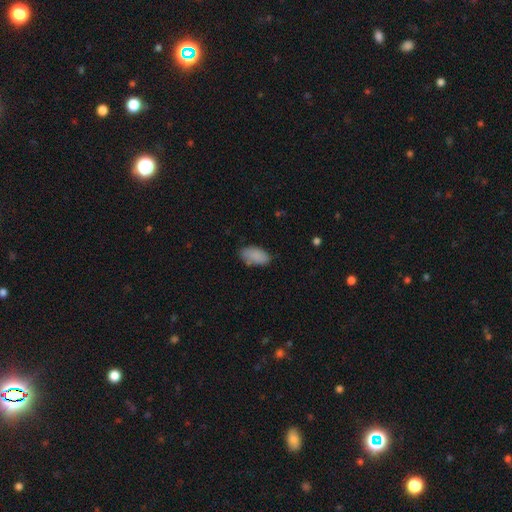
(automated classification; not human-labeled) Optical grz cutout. It shows a smooth galaxy with no disk features (87%) that is in between round and cigar-shaped (94%). Merging: none (72%).